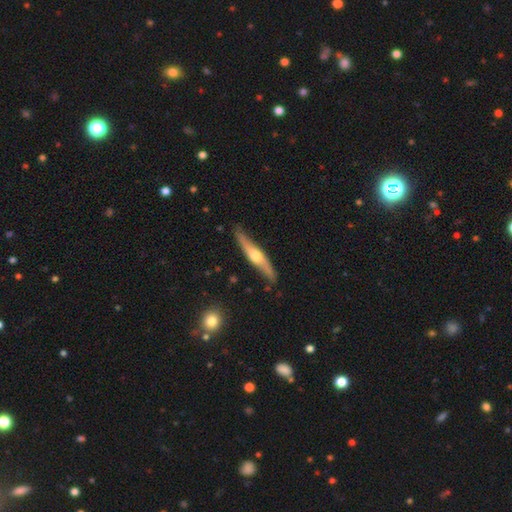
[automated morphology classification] featured or disk 63%, smooth 32%, star or artifact 5%. Down the decision tree: edge-on disk — yes (91%); edge-on bulge — rounded (92%); merging — none (83%).